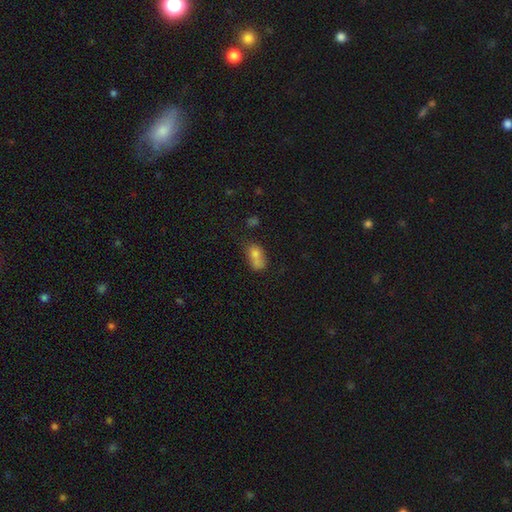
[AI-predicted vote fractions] Q: Smooth or featured?
A: smooth (73%); runner-up: featured or disk (16%)
Q: How rounded?
A: in between (74%); runner-up: round (23%)
Q: Merging?
A: merger (47%); runner-up: none (25%)